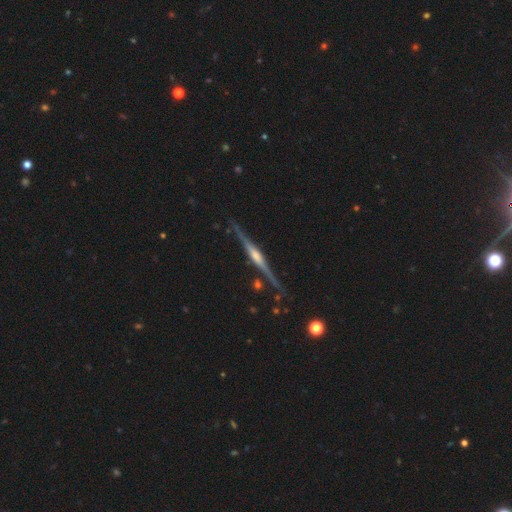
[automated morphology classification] Q: Smooth or featured?
A: featured or disk (84%); runner-up: smooth (10%)
Q: Edge-on disk?
A: yes (98%); runner-up: no (2%)
Q: Edge-on bulge?
A: rounded (74%); runner-up: boxy (16%)
Q: Merging?
A: none (88%); runner-up: minor disturbance (9%)